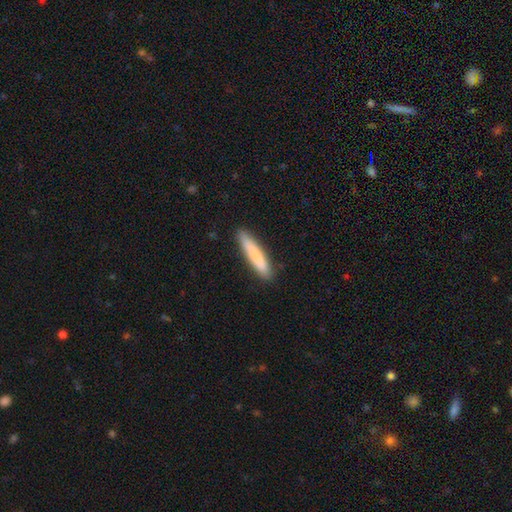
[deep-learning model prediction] smooth_or_featured: smooth (p=0.80) [alt: featured or disk p=0.14]
how_rounded: cigar-shaped (p=0.91) [alt: in between p=0.08]
merging: none (p=0.88) [alt: minor disturbance p=0.09]